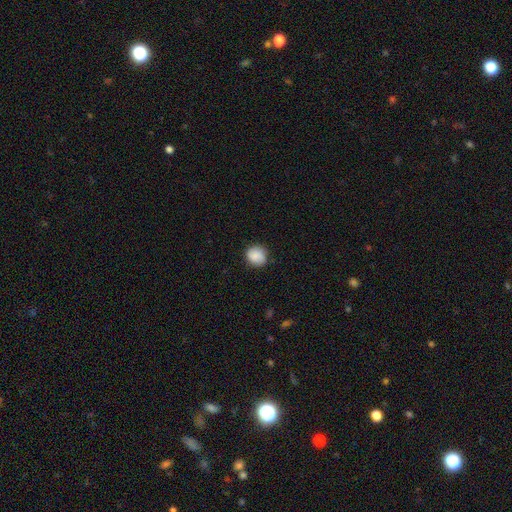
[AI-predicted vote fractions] This appears to be a smooth galaxy with no disk features (82%) that is round (82%). Merging: none (81%).